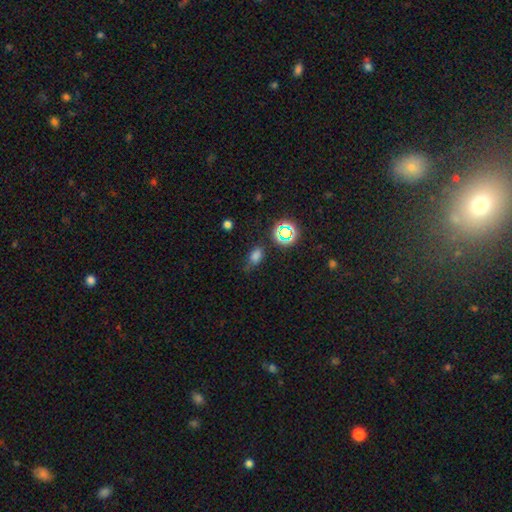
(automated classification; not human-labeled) Morphology: type=smooth (70%); roundness=in between (77%); merging=none (60%).